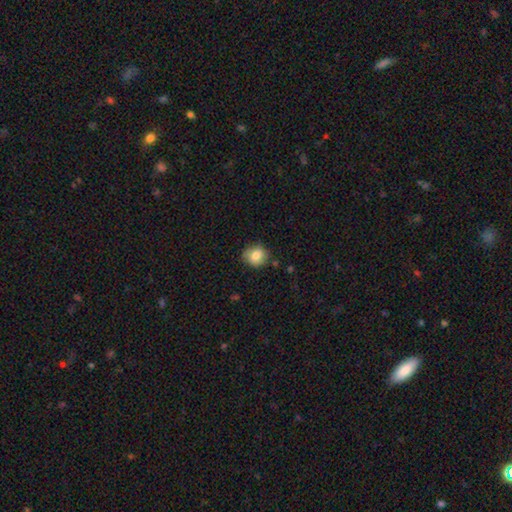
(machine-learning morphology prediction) A smooth galaxy with no disk features (83%) that is round (77%).

Vote fractions:
- Smooth or featured? smooth: 83% / star or artifact: 9% / featured or disk: 8%
- How rounded? round: 77% / in between: 22% / cigar-shaped: 1%
- Merging? none: 75% / minor disturbance: 19% / major disturbance: 4% / merger: 3%